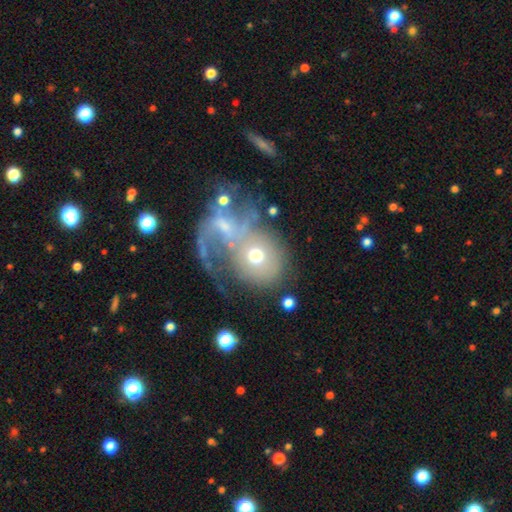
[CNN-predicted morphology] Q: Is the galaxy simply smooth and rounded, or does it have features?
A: smooth — 45%.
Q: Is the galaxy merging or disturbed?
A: merger — 49%.